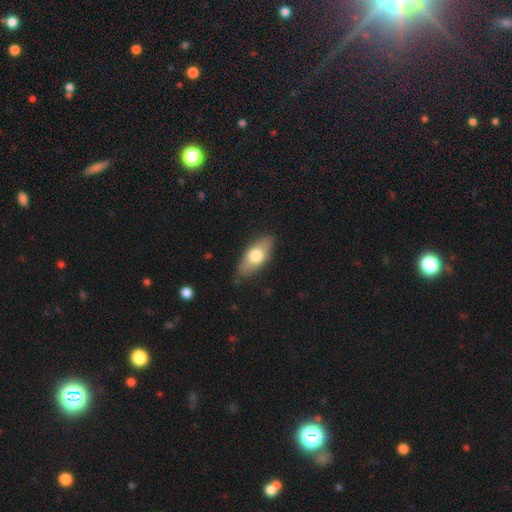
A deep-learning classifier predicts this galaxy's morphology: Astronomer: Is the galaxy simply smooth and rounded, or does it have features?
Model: smooth — 67%.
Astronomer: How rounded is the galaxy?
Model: in between — 79%.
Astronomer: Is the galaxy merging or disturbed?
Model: none — 82%.